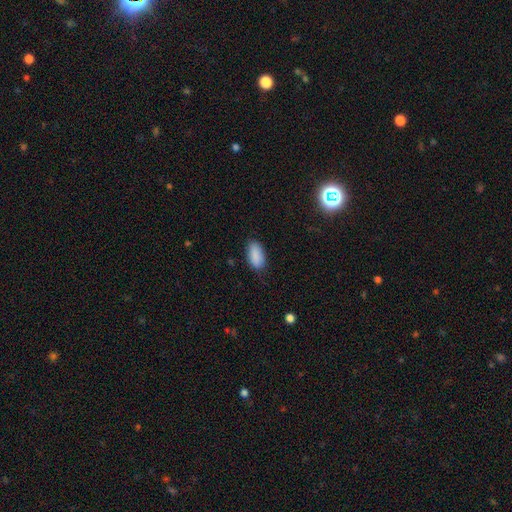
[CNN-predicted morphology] smooth 89%, star or artifact 7%, featured or disk 4%. Down the decision tree: how rounded — in between (92%); merging — none (81%).